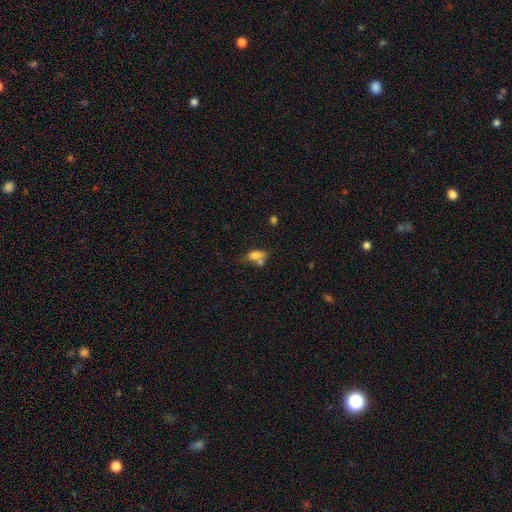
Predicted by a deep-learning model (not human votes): smooth 71%, featured or disk 18%, star or artifact 11%. Down the decision tree: how rounded — in between (78%); merging — merger (37%).